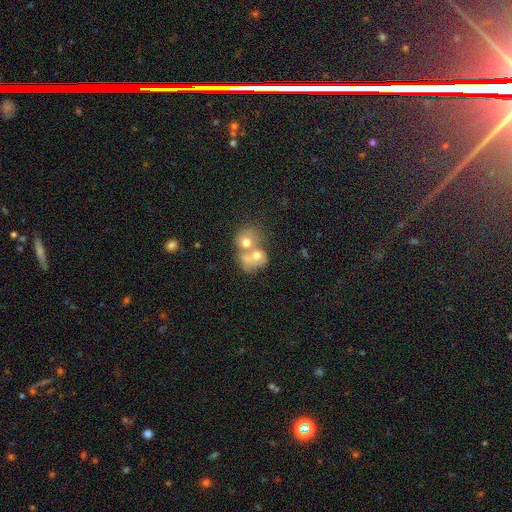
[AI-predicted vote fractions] Smooth or featured?
  - smooth: 53% *
  - featured or disk: 27%
  - star or artifact: 20%
How rounded?
  - round: 62% *
  - in between: 37%
  - cigar-shaped: 1%
Merging?
  - merger: 62% *
  - none: 27%
  - minor disturbance: 7%
  - major disturbance: 4%